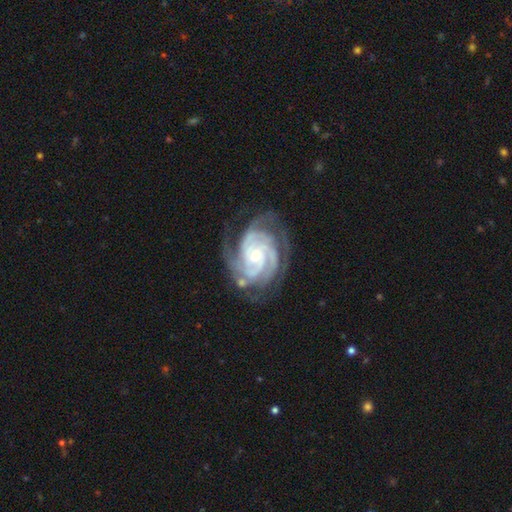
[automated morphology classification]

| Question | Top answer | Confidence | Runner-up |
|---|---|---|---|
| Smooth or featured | featured or disk | 92% | star or artifact (4%) |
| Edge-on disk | no | 98% | yes (2%) |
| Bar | no | 66% | weak (26%) |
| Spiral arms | yes | 98% | no (2%) |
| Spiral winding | tight | 72% | medium (25%) |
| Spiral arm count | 3 | 36% | 4 (23%) |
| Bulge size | small | 63% | moderate (33%) |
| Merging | none | 67% | minor disturbance (20%) |